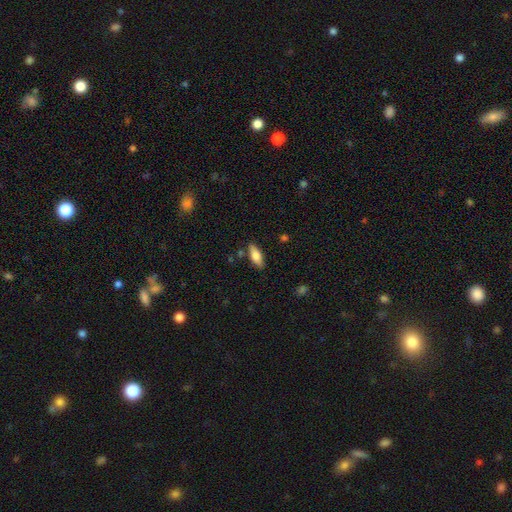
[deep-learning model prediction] The model was most divided on "smooth or featured": smooth: 69%, featured or disk: 24%, star or artifact: 6%. More confident: merging — none (83%); how rounded — in between (73%).